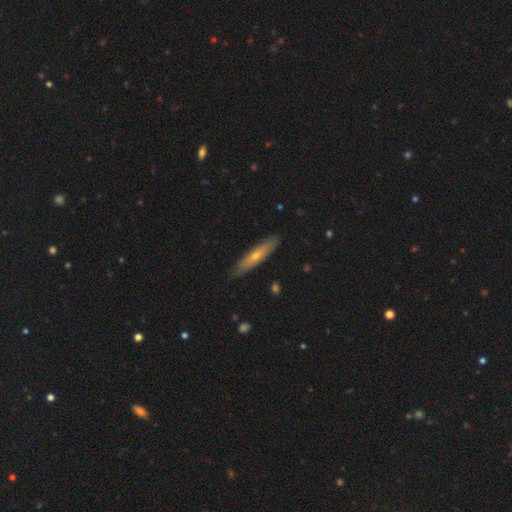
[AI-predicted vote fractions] Smooth or featured? featured or disk (48%)
Merging? none (86%)